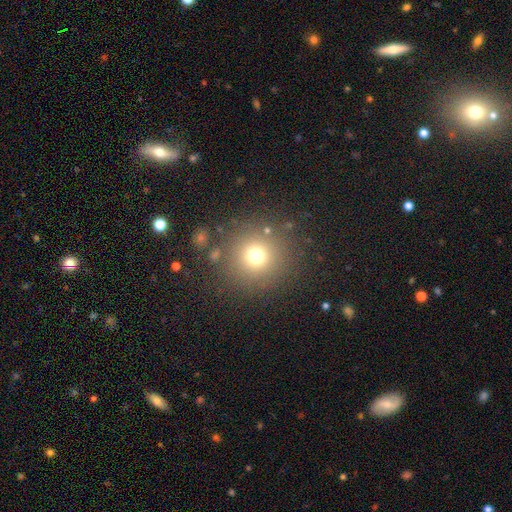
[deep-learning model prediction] Overall: smooth (71%). How rounded: round (94%). Merging: none (84%).